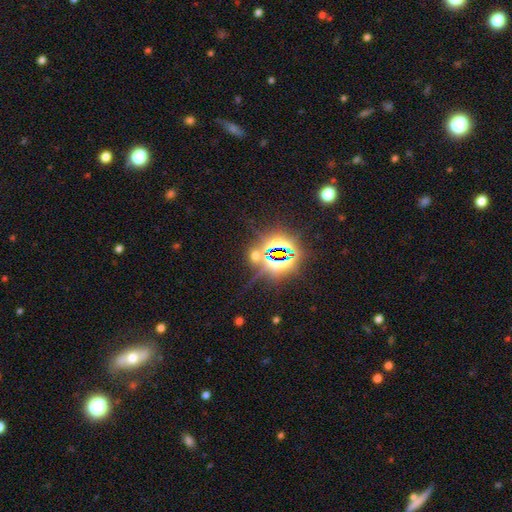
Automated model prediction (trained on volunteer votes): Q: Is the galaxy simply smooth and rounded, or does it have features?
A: star or artifact — 70%.